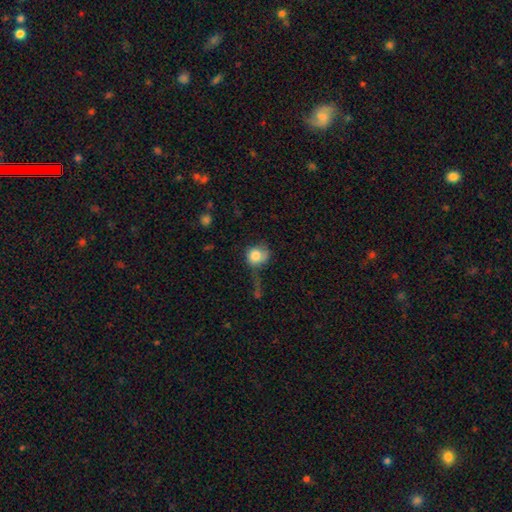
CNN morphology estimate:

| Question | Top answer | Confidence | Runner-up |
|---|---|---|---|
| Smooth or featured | smooth | 80% | featured or disk (12%) |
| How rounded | round | 79% | in between (20%) |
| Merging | none | 36% | major disturbance (28%) |